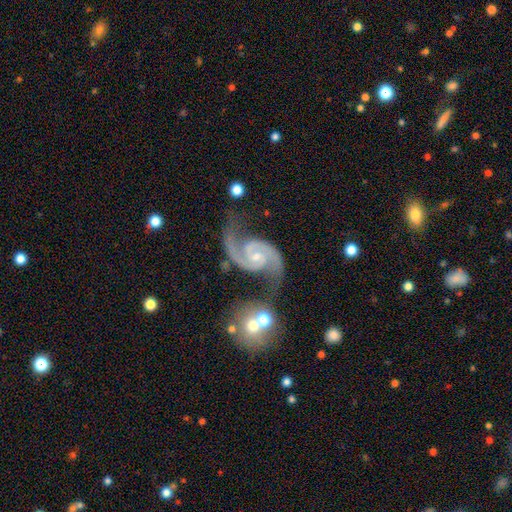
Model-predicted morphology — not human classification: Smooth or featured?
  - featured or disk: 94% *
  - star or artifact: 4%
  - smooth: 2%
Edge-on disk?
  - no: 98% *
  - yes: 2%
Bar?
  - no: 58% *
  - weak: 33%
  - strong: 9%
Spiral arms?
  - yes: 99% *
  - no: 1%
Spiral winding?
  - medium: 60% *
  - loose: 22%
  - tight: 18%
Spiral arm count?
  - 2: 94% *
  - 3: 2%
  - can't tell: 1%
  - 1: 1%
  - 4: 1%
  - more than 4: 1%
Bulge size?
  - small: 65% *
  - moderate: 29%
  - none: 4%
  - large: 1%
  - dominant: 1%
Merging?
  - none: 62% *
  - minor disturbance: 20%
  - major disturbance: 10%
  - merger: 8%